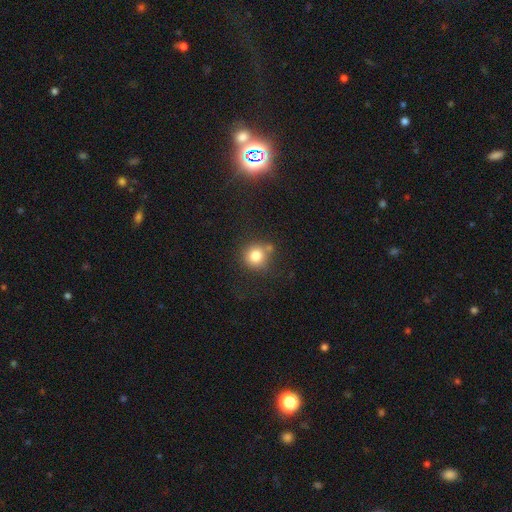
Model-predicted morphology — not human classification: The model was most divided on "merging": none: 68%, minor disturbance: 15%, merger: 11%, major disturbance: 6%. More confident: how rounded — round (91%); smooth or featured — smooth (79%).